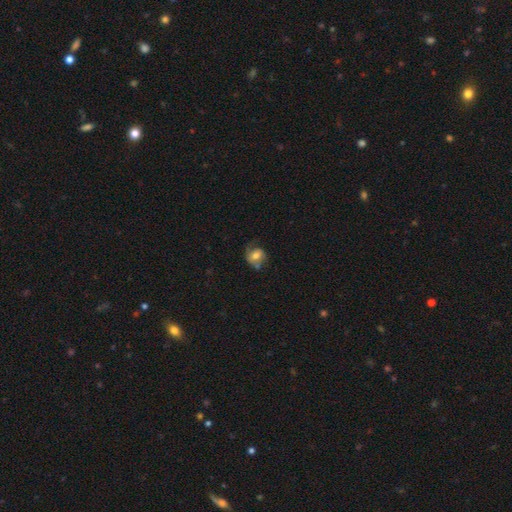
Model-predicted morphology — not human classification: type=smooth (51%); roundness=round (62%); merging=none (47%).